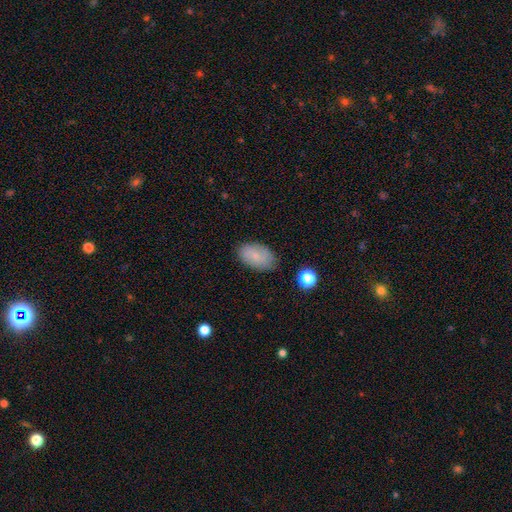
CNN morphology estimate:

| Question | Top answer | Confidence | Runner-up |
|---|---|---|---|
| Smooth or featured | smooth | 76% | featured or disk (15%) |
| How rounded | in between | 92% | round (6%) |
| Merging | none | 81% | minor disturbance (14%) |